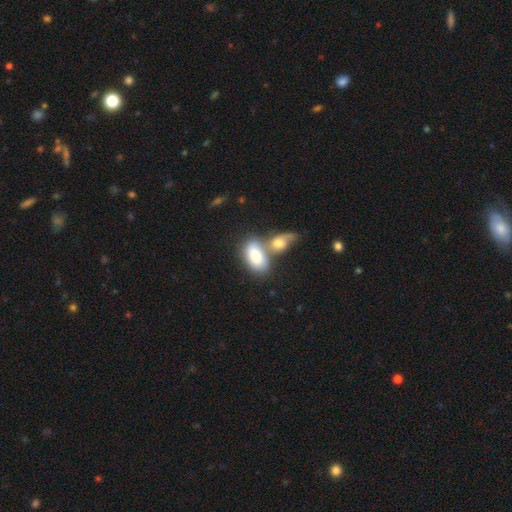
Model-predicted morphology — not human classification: This appears to be a smooth galaxy with no disk features (79%) that is in between round and cigar-shaped (92%). Merging: merger (56%).